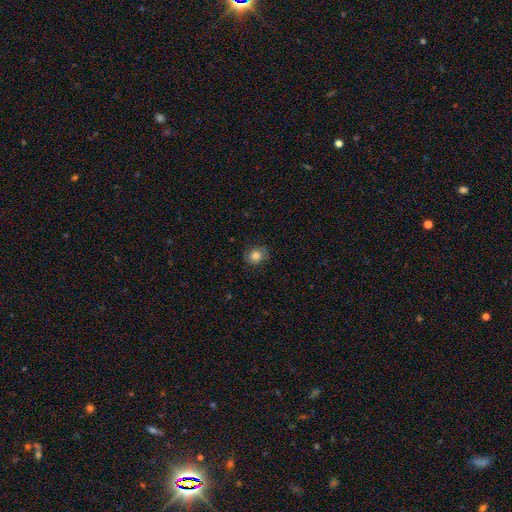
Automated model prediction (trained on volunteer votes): This appears to be a smooth galaxy with no disk features (79%) that is round (71%). Merging: none (79%).